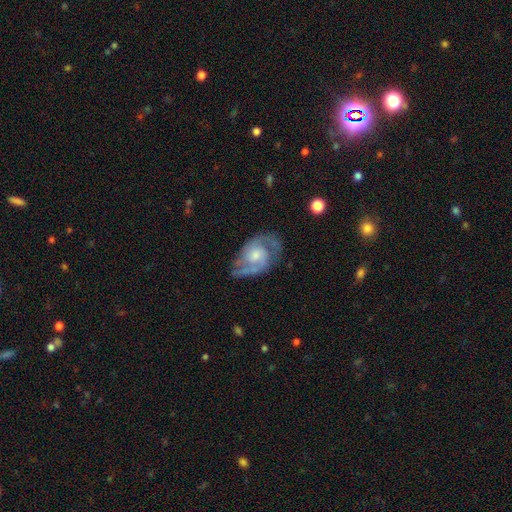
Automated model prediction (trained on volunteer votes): Smooth or featured? featured or disk (81%)
Edge-on disk? no (97%)
Bar? no (64%)
Spiral arms? yes (92%)
Spiral winding? medium (51%)
Spiral arm count? 2 (77%)
Bulge size? moderate (49%)
Merging? none (63%)